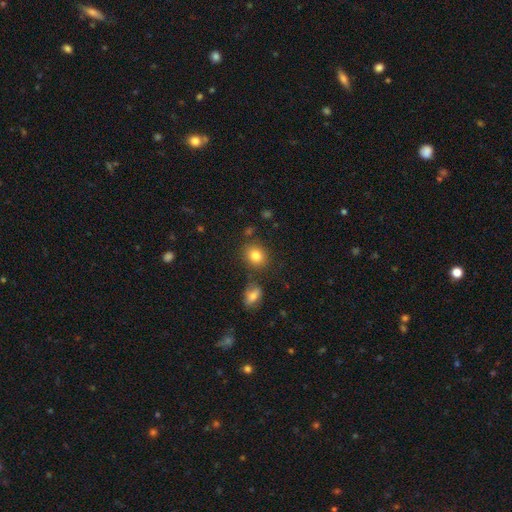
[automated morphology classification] Overall: smooth (81%). How rounded: round (64%; in between 35%). Merging: none (76%).